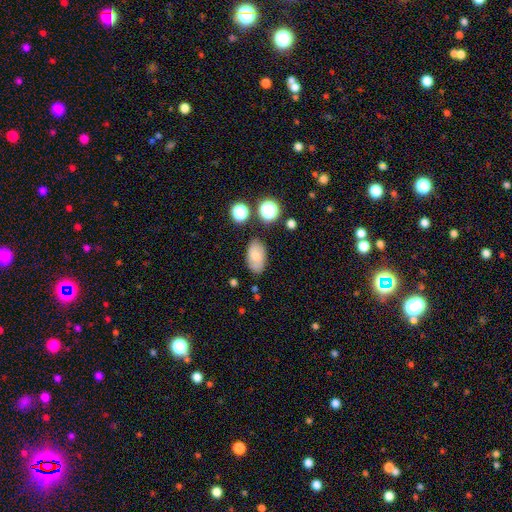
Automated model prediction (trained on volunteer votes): smooth 75%, featured or disk 16%, star or artifact 10%. Down the decision tree: how rounded — in between (92%); merging — none (77%).